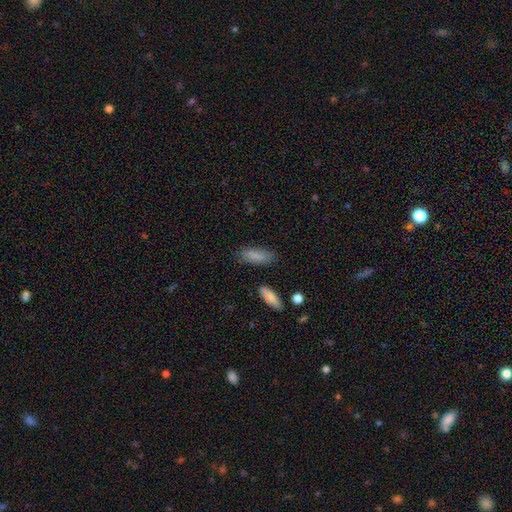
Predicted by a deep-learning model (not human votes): Overall: smooth (84%). How rounded: in between (63%; cigar-shaped 35%). Merging: none (79%).